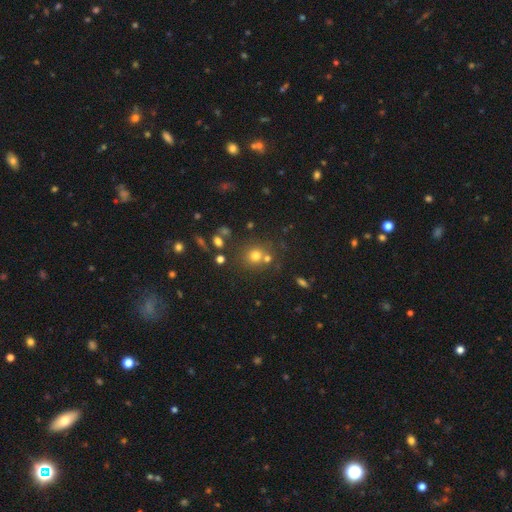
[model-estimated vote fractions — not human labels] This appears to be a smooth galaxy with no disk features (70%) that is round (84%). Merging: none (65%).